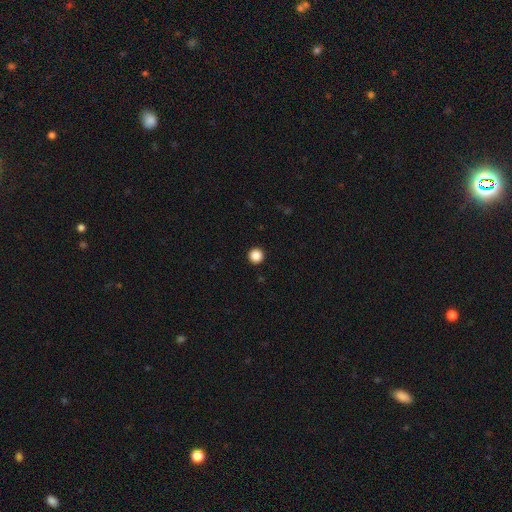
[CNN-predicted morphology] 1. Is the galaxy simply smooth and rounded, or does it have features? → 87% smooth, 10% star or artifact, 2% featured or disk.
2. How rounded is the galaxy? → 97% round, 2% in between, 1% cigar-shaped.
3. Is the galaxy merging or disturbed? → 94% none, 3% minor disturbance, 1% major disturbance, 1% merger.